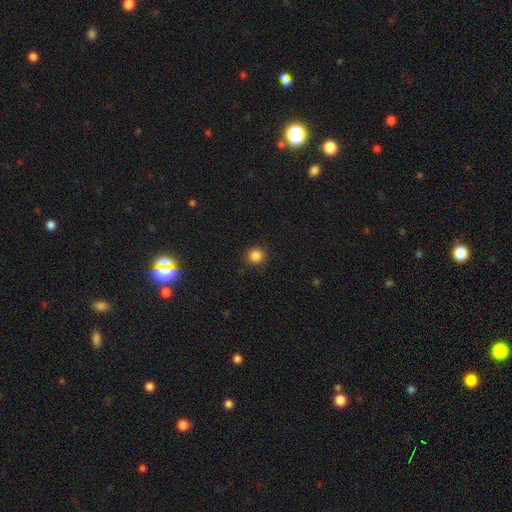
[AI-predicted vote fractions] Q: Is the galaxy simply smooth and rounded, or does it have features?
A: smooth — 86%.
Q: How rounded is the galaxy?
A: round — 94%.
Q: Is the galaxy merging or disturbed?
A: none — 90%.